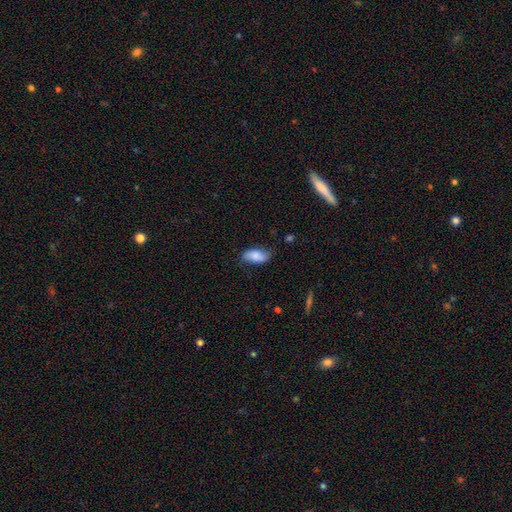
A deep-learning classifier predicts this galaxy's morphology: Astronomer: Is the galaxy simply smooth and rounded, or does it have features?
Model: smooth — 81%.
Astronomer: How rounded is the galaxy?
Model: in between — 92%.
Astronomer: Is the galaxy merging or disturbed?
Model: none — 69%.